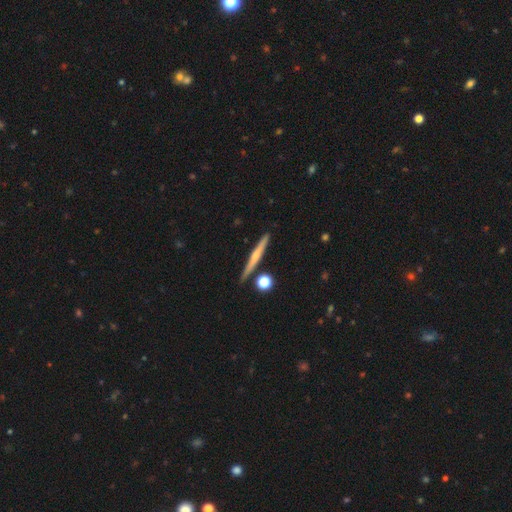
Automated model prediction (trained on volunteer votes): Q: Smooth or featured?
A: featured or disk (54%); runner-up: smooth (39%)
Q: Edge-on disk?
A: yes (97%); runner-up: no (3%)
Q: Edge-on bulge?
A: rounded (57%); runner-up: none (36%)
Q: Merging?
A: none (85%); runner-up: minor disturbance (8%)